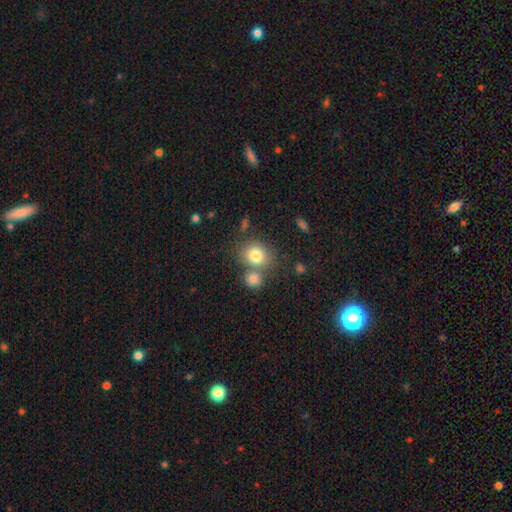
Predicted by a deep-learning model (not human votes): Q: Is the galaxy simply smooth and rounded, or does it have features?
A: smooth — 80%.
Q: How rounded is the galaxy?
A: round — 69%.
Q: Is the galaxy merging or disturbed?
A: none — 57%.